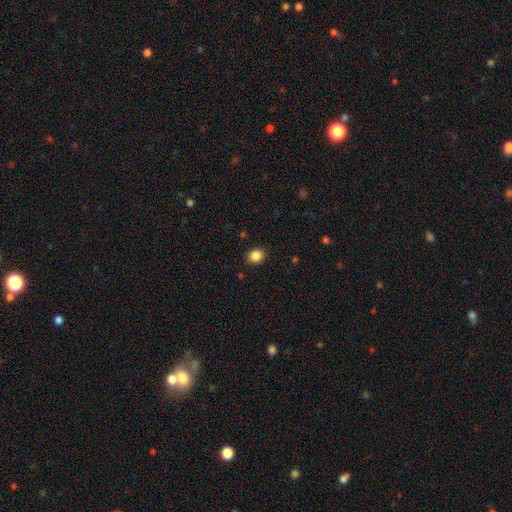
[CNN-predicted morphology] Smooth or featured?
  - smooth: 87% *
  - star or artifact: 9%
  - featured or disk: 4%
How rounded?
  - round: 53% *
  - in between: 46%
  - cigar-shaped: 1%
Merging?
  - none: 89% *
  - minor disturbance: 7%
  - major disturbance: 2%
  - merger: 1%